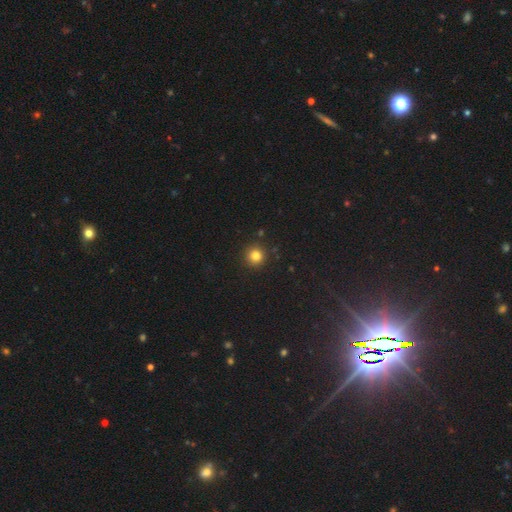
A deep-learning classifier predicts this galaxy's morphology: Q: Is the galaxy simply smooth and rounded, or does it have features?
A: smooth — 82%.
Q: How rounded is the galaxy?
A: round — 94%.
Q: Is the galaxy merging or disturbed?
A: none — 91%.